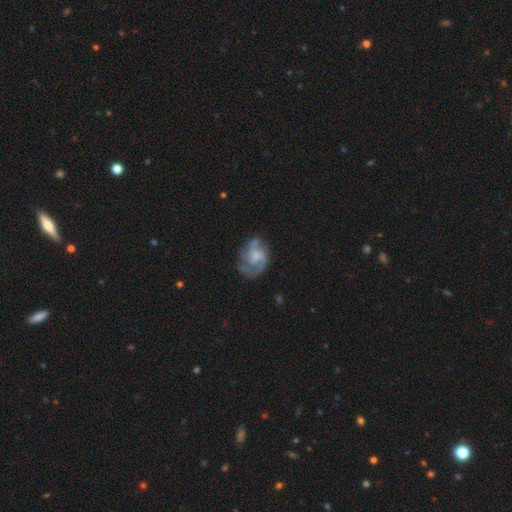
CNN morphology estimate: Smooth or featured? Predicted: featured or disk (p=0.67). Edge-on disk? Predicted: no (p=0.98). Bar? Predicted: no (p=0.70). Spiral arms? Predicted: yes (p=0.83). Spiral winding? Predicted: medium (p=0.45). Spiral arm count? Predicted: 2 (p=0.29). Bulge size? Predicted: small (p=0.32). Merging? Predicted: none (p=0.59).